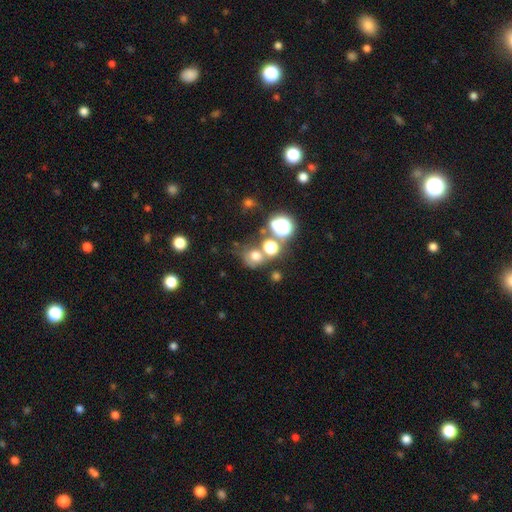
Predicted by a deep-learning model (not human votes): This appears to be a smooth galaxy with no disk features (64%) that is round (76%). Merging: none (52%).